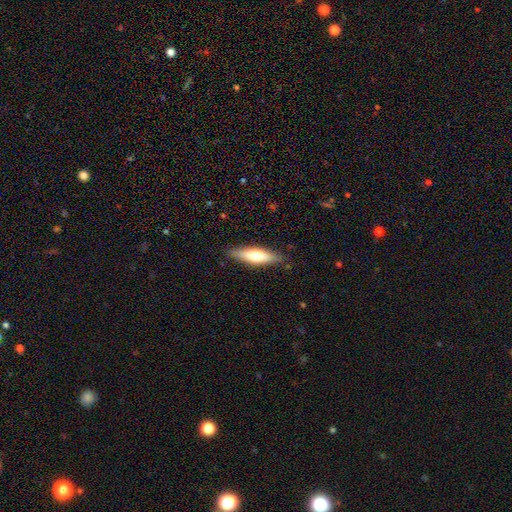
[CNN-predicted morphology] smooth-or-featured: smooth: 65% | featured or disk: 29% | star or artifact: 6%
  how-rounded: cigar-shaped: 66% | in between: 32% | round: 2%
  merging: none: 85% | minor disturbance: 11% | major disturbance: 2% | merger: 1%